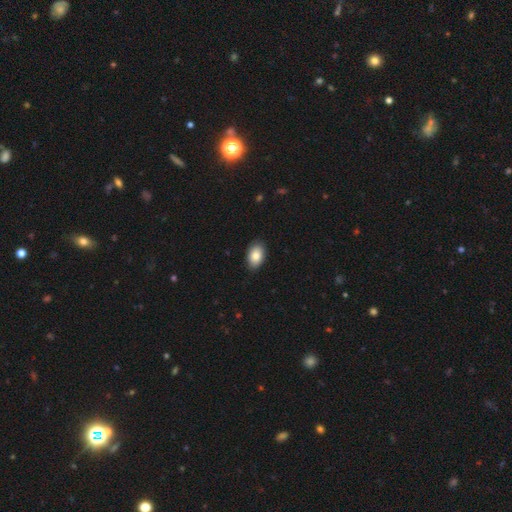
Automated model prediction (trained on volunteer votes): Smooth or featured: smooth — 83% (featured or disk — 10%)
How rounded: in between — 91% (round — 8%)
Merging: none — 87% (minor disturbance — 10%)